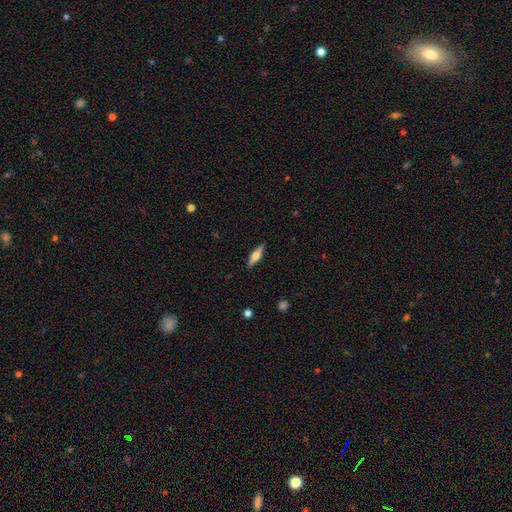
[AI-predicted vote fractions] featured or disk 49%, smooth 45%, star or artifact 6%. Down the decision tree: merging — none (89%).